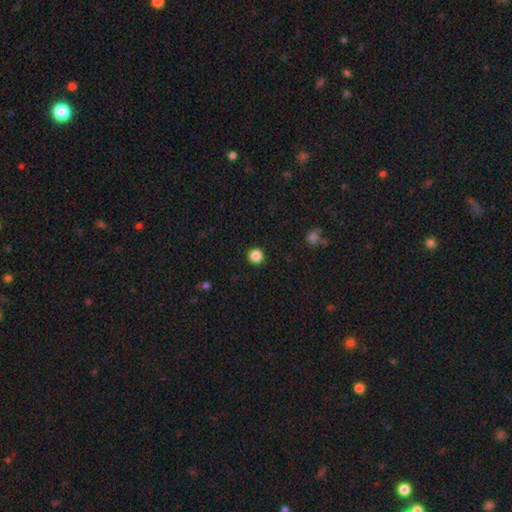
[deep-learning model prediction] Smooth or featured?
  - smooth: 86% *
  - star or artifact: 11%
  - featured or disk: 3%
How rounded?
  - round: 95% *
  - in between: 4%
  - cigar-shaped: 1%
Merging?
  - none: 93% *
  - minor disturbance: 4%
  - major disturbance: 2%
  - merger: 1%